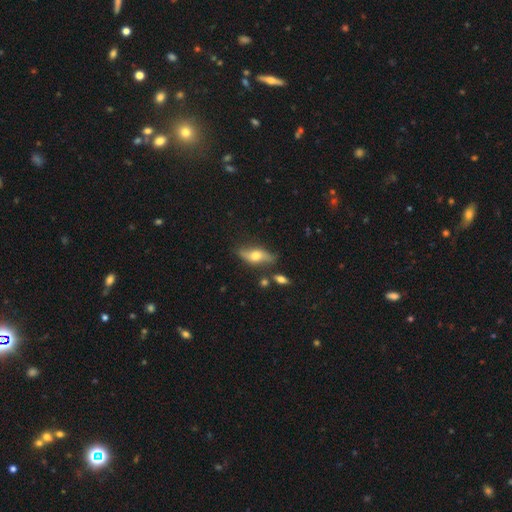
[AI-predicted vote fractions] Smooth or featured: featured or disk — 47% (smooth — 46%)
Merging: none — 72% (minor disturbance — 19%)